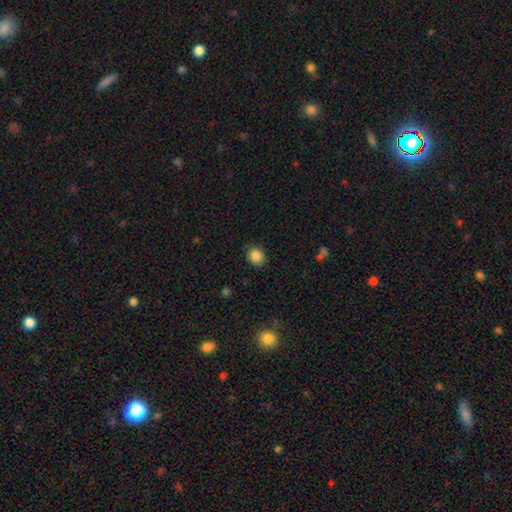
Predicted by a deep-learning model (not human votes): A smooth galaxy with no disk features (85%) that is round (65%).

Vote fractions:
- Smooth or featured? smooth: 85% / star or artifact: 10% / featured or disk: 5%
- How rounded? round: 65% / in between: 34% / cigar-shaped: 1%
- Merging? none: 86% / minor disturbance: 10% / major disturbance: 3% / merger: 1%